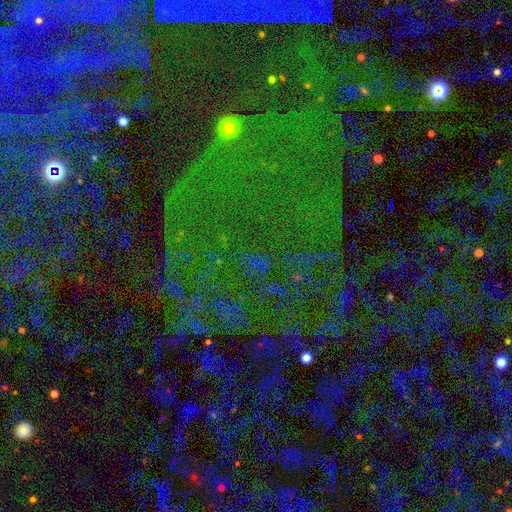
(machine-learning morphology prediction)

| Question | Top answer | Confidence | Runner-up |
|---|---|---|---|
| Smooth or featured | star or artifact | 80% | smooth (11%) |